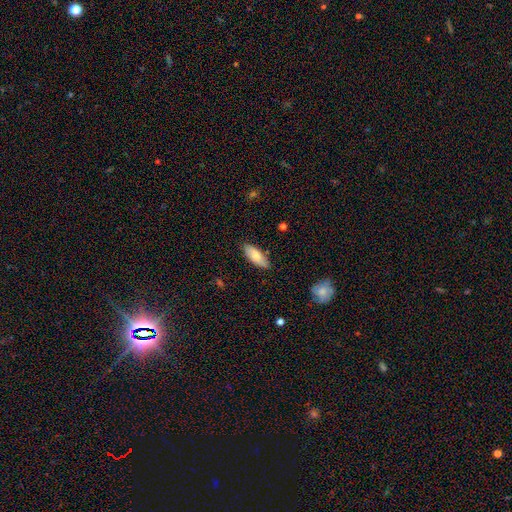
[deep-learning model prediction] Smooth or featured? smooth (76%)
How rounded? in between (81%)
Merging? none (84%)